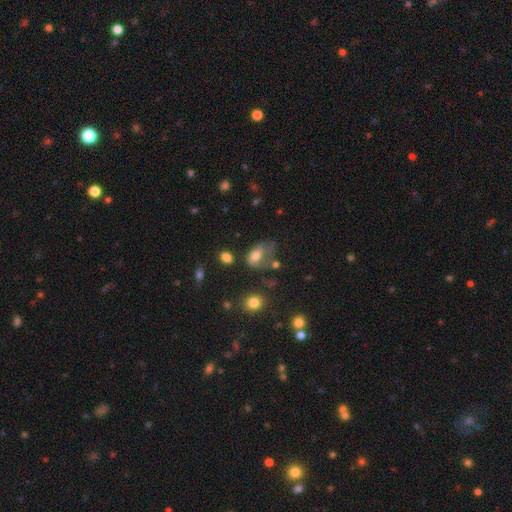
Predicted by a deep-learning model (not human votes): This appears to be a smooth galaxy with no disk features (59%) that is in between round and cigar-shaped (79%). Merging: major disturbance (45%).